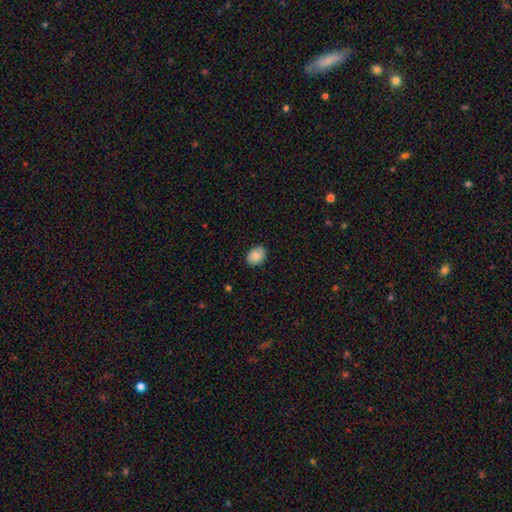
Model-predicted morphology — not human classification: Smooth or featured? Predicted: smooth (p=0.86). How rounded? Predicted: in between (p=0.61). Merging? Predicted: none (p=0.84).